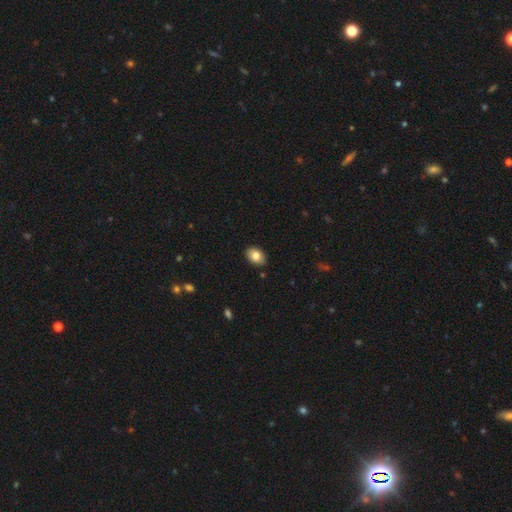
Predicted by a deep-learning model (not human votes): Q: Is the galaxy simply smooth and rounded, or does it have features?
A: smooth — 83%.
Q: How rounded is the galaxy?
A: in between — 80%.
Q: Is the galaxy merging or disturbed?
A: none — 87%.